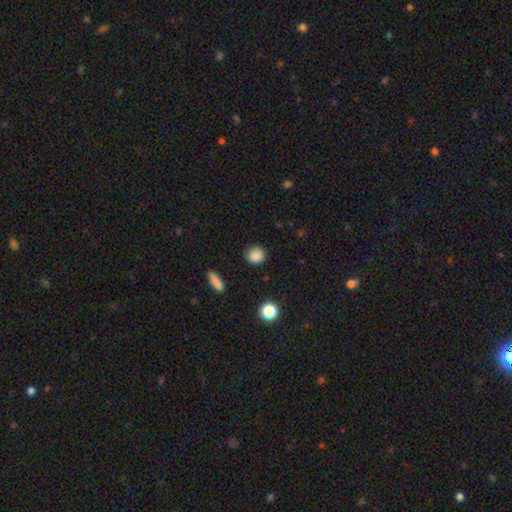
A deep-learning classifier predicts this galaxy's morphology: The model was most divided on "how rounded": round: 80%, in between: 19%, cigar-shaped: 1%. More confident: smooth or featured — smooth (86%); merging — none (82%).